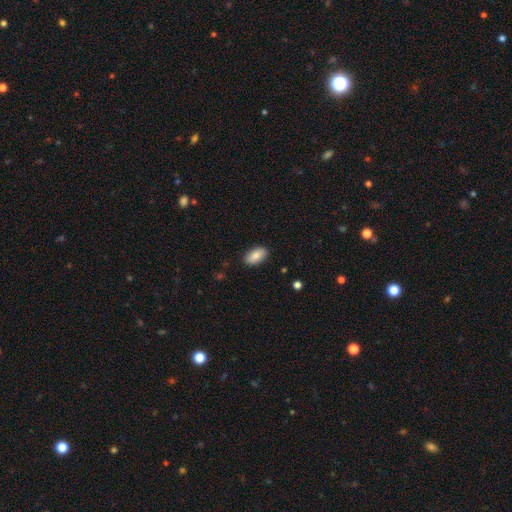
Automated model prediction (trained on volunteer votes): Q: Smooth or featured?
A: smooth (83%); runner-up: featured or disk (10%)
Q: How rounded?
A: in between (94%); runner-up: round (4%)
Q: Merging?
A: none (88%); runner-up: minor disturbance (9%)